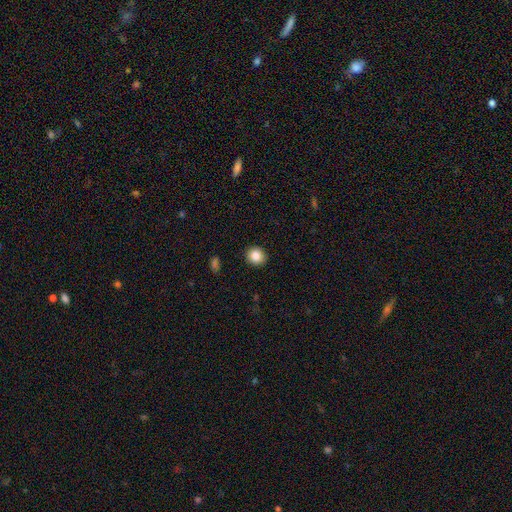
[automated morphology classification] Overall: smooth (85%). How rounded: round (87%). Merging: none (91%).